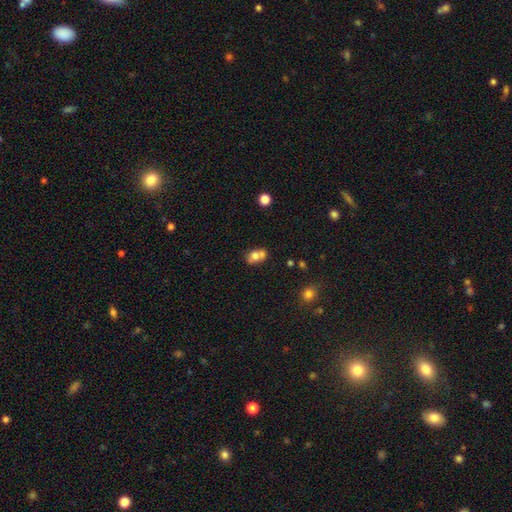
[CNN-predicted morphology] Smooth or featured? Predicted: smooth (p=0.70). How rounded? Predicted: in between (p=0.59). Merging? Predicted: merger (p=0.53).